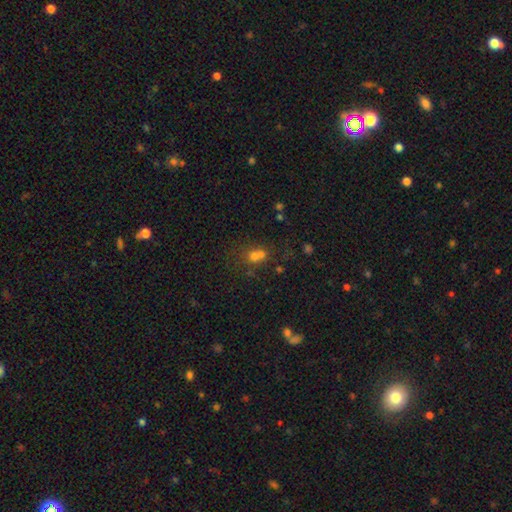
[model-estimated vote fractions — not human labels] Smooth or featured? smooth (63%)
How rounded? round (74%)
Merging? merger (55%)